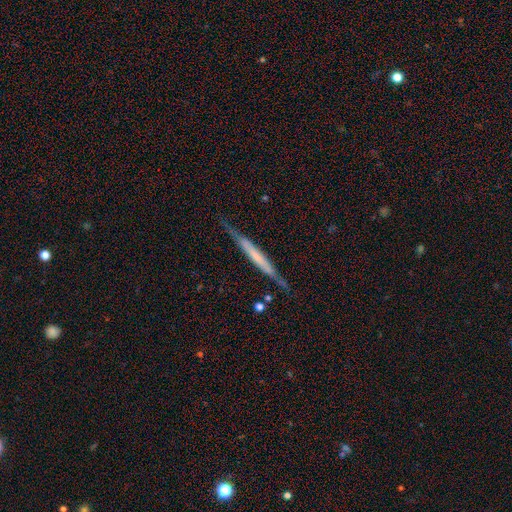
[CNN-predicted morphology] Smooth or featured? featured or disk (57%)
Edge-on disk? yes (93%)
Edge-on bulge? none (70%)
Merging? none (77%)